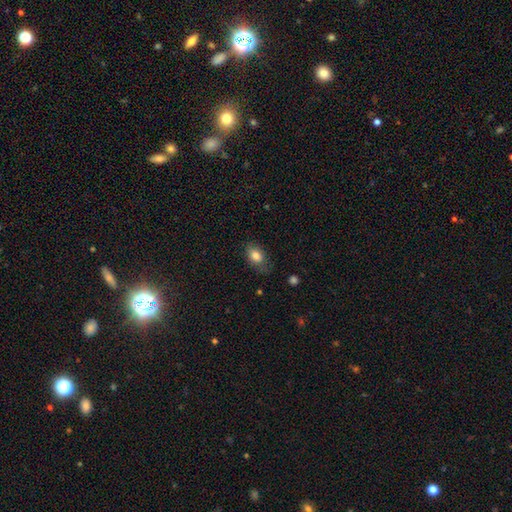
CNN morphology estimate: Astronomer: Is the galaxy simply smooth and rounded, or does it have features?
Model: smooth — 81%.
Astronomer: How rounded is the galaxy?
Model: in between — 84%.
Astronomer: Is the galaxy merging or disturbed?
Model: none — 68%.